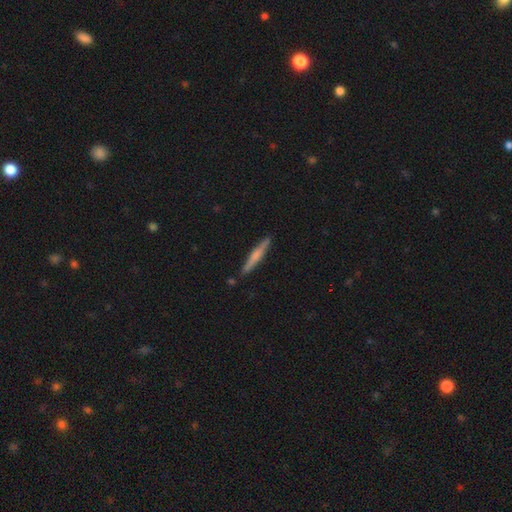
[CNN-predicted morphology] smooth-or-featured: smooth: 47% (tied) | featured or disk: 47% (tied) | star or artifact: 6%
  merging: none: 89% | minor disturbance: 8% | merger: 2% | major disturbance: 1%